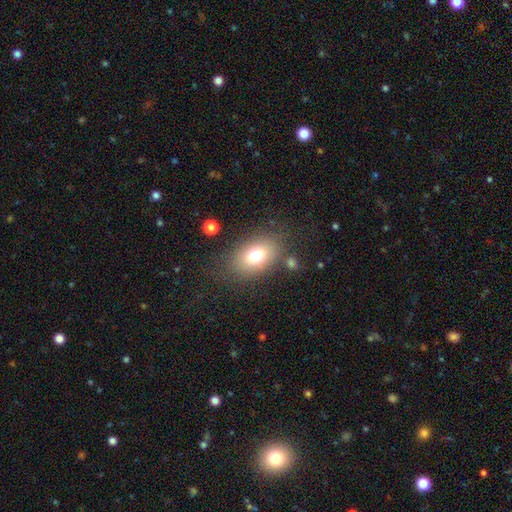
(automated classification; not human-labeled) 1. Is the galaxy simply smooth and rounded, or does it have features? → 74% smooth, 15% featured or disk, 11% star or artifact.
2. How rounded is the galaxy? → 81% in between, 18% round, 2% cigar-shaped.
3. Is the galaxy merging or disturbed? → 76% none, 13% minor disturbance, 7% major disturbance, 5% merger.